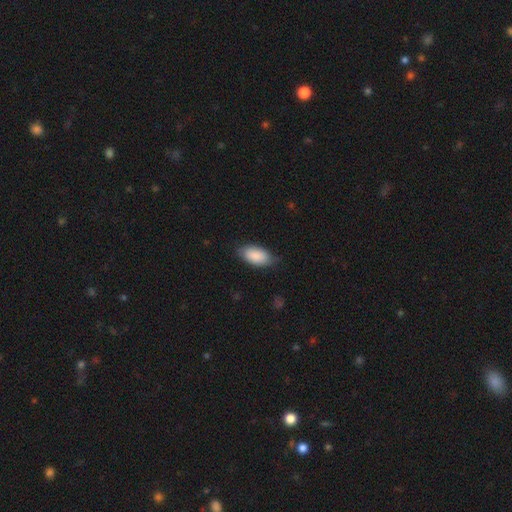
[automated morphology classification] The model was most divided on "merging": none: 75%, minor disturbance: 20%, major disturbance: 4%, merger: 1%. More confident: how rounded — in between (93%); smooth or featured — smooth (88%).